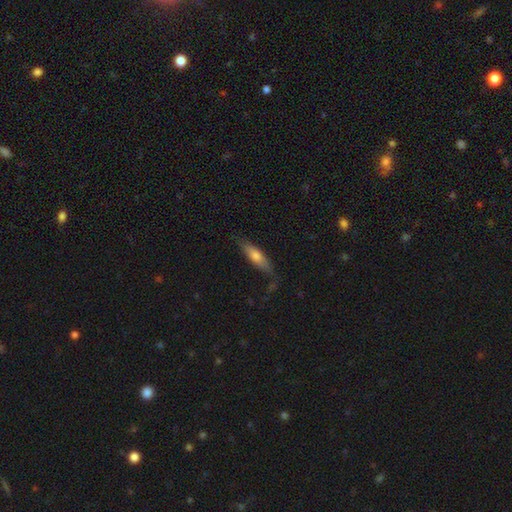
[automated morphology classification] Smooth or featured?
  - smooth: 65% *
  - featured or disk: 29%
  - star or artifact: 6%
How rounded?
  - cigar-shaped: 57% *
  - in between: 41%
  - round: 2%
Merging?
  - none: 71% *
  - minor disturbance: 21%
  - major disturbance: 5%
  - merger: 2%